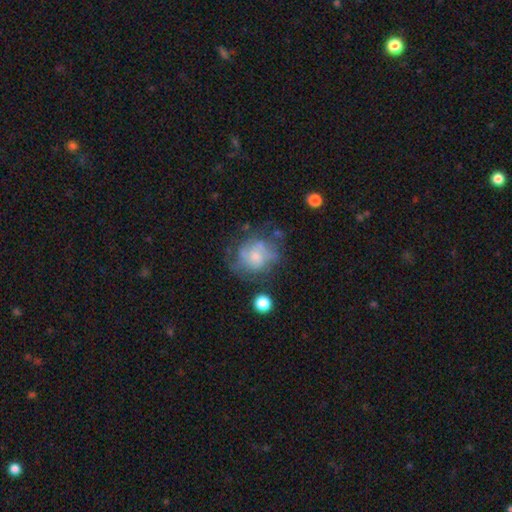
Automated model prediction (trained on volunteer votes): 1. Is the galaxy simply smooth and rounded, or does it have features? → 51% featured or disk, 39% smooth, 10% star or artifact.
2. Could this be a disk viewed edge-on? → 97% no, 3% yes.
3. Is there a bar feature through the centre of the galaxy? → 78% no, 19% weak, 3% strong.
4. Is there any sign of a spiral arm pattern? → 52% yes, 48% no.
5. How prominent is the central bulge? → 49% small, 33% moderate, 12% none, 4% large, 1% dominant.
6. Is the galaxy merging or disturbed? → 46% none, 24% major disturbance, 24% minor disturbance, 6% merger.